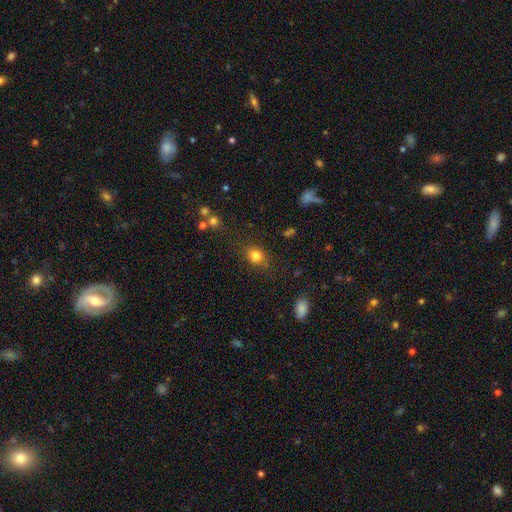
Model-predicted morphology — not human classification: type=smooth (82%); roundness=round (59%); merging=none (81%).